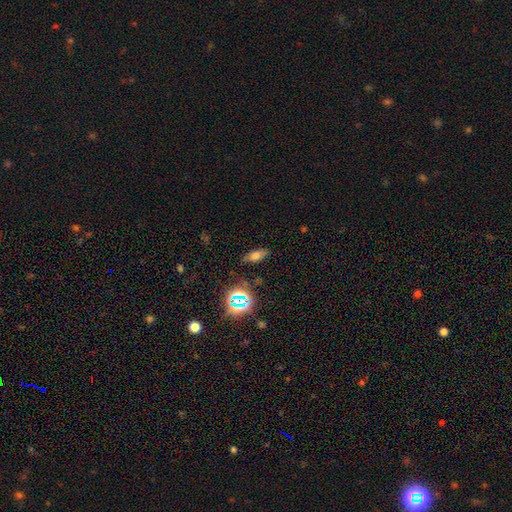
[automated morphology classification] type=smooth (62%); roundness=in between (78%); merging=none (80%).